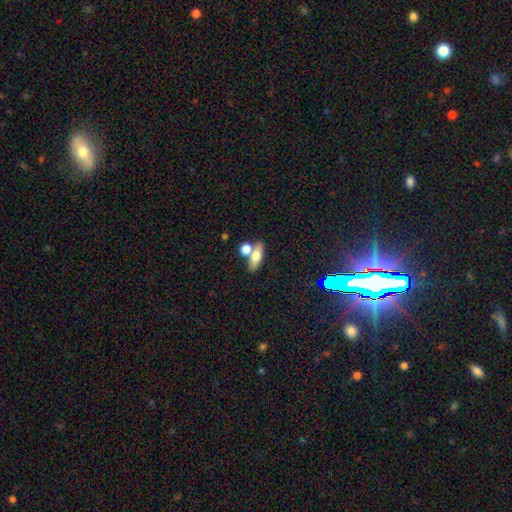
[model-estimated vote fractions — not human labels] smooth-or-featured: smooth: 64% | featured or disk: 26% | star or artifact: 9%
  how-rounded: in between: 61% | cigar-shaped: 29% | round: 10%
  merging: none: 52% | merger: 35% | minor disturbance: 10% | major disturbance: 4%